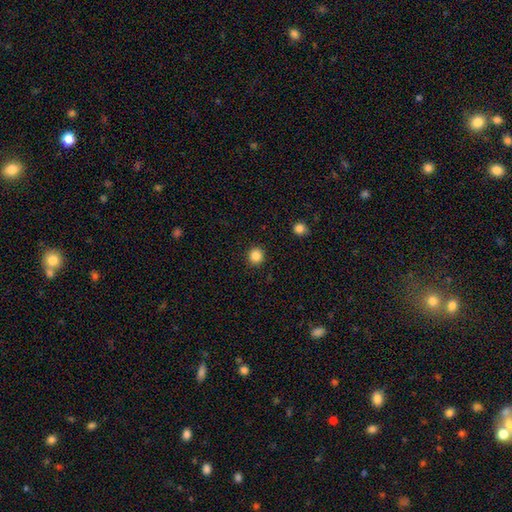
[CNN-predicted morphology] A smooth galaxy with no disk features (87%) that is round (93%). Merging: none (92%).